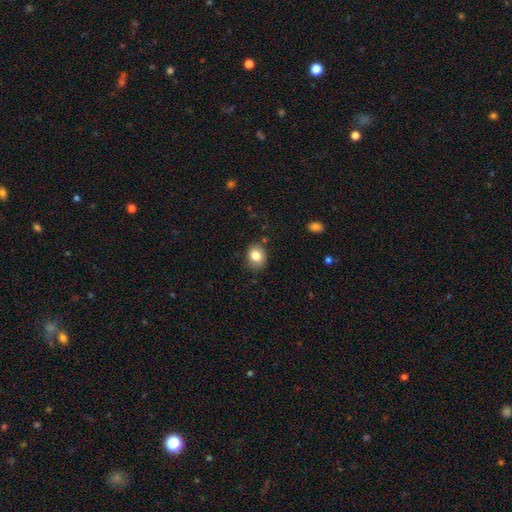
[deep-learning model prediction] A smooth galaxy with no disk features (82%) that is round (56%).

Vote fractions:
- Smooth or featured? smooth: 82% / star or artifact: 10% / featured or disk: 8%
- How rounded? round: 56% / in between: 44% / cigar-shaped: 1%
- Merging? none: 82% / minor disturbance: 13% / major disturbance: 3% / merger: 2%